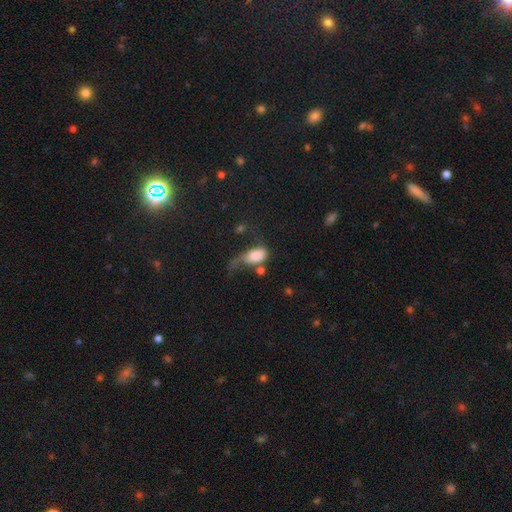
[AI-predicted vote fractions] Smooth or featured?
  - smooth: 73% *
  - featured or disk: 18%
  - star or artifact: 9%
How rounded?
  - in between: 88% *
  - round: 9%
  - cigar-shaped: 3%
Merging?
  - major disturbance: 49% *
  - minor disturbance: 18%
  - none: 17%
  - merger: 15%